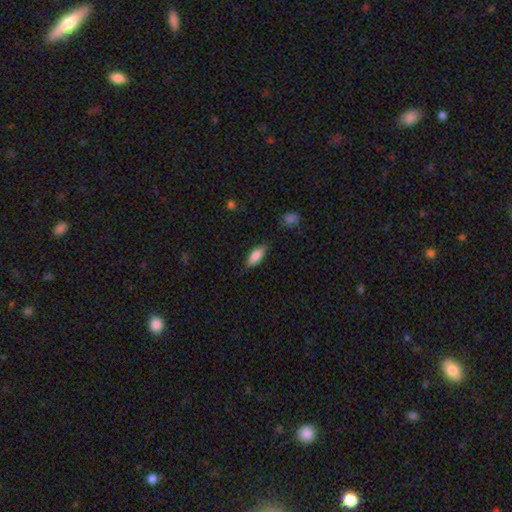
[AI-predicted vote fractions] Q: Smooth or featured?
A: smooth (83%); runner-up: featured or disk (10%)
Q: How rounded?
A: in between (76%); runner-up: cigar-shaped (22%)
Q: Merging?
A: none (81%); runner-up: minor disturbance (14%)